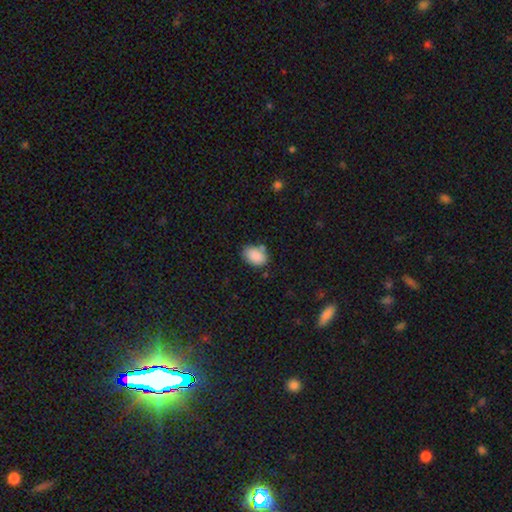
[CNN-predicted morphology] The model was most divided on "merging": none: 72%, minor disturbance: 17%, merger: 7%, major disturbance: 4%. More confident: smooth or featured — smooth (88%); how rounded — in between (84%).